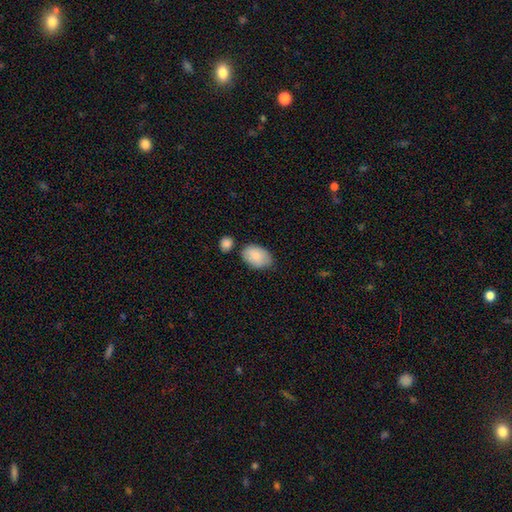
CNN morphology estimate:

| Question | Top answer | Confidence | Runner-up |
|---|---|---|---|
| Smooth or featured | smooth | 84% | featured or disk (9%) |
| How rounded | in between | 88% | round (11%) |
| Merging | none | 67% | minor disturbance (22%) |